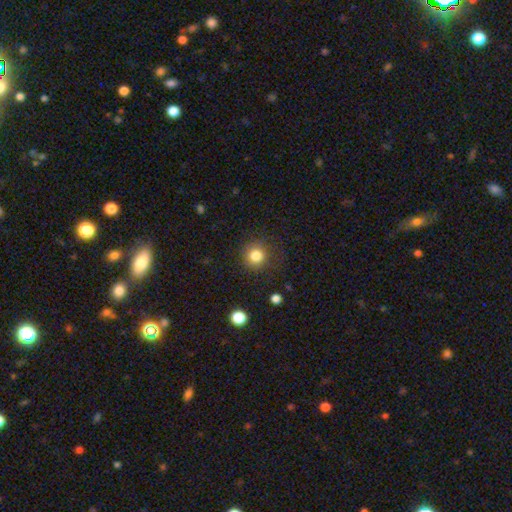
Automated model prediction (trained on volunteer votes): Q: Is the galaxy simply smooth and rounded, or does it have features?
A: smooth — 82%.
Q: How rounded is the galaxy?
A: round — 91%.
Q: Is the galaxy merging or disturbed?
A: none — 83%.